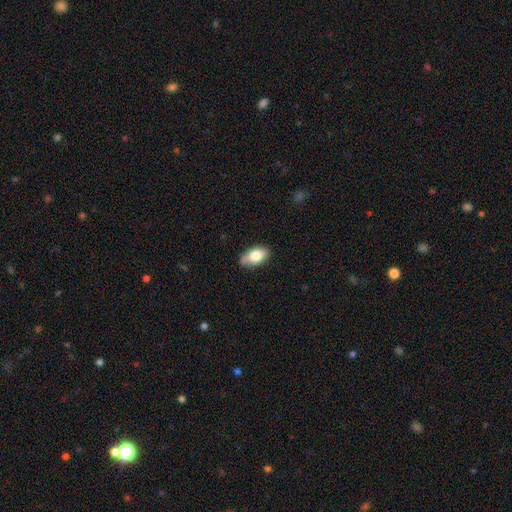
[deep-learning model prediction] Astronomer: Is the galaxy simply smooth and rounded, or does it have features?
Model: smooth — 80%.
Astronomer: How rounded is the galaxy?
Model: in between — 92%.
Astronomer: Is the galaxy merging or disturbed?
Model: none — 69%.